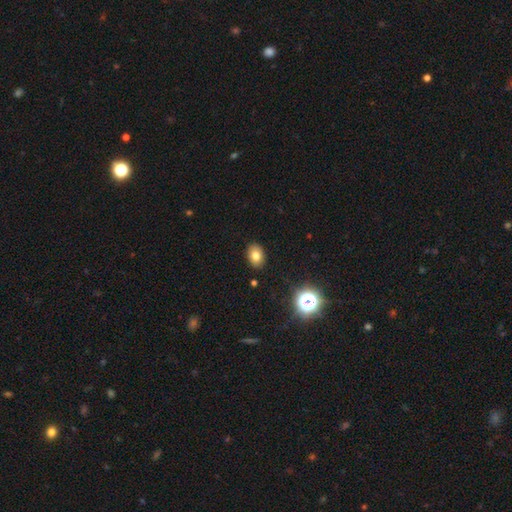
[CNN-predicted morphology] Smooth or featured: smooth — 79% (star or artifact — 12%)
How rounded: in between — 75% (round — 24%)
Merging: none — 89% (minor disturbance — 8%)